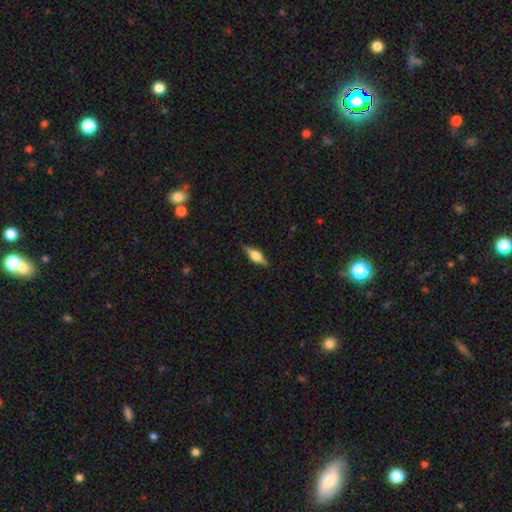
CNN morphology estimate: smooth_or_featured: featured or disk (p=0.58) [alt: smooth p=0.35]
disk_edge_on: yes (p=0.96) [alt: no p=0.04]
edge_on_bulge: rounded (p=0.86) [alt: boxy p=0.13]
merging: none (p=0.87) [alt: minor disturbance p=0.10]